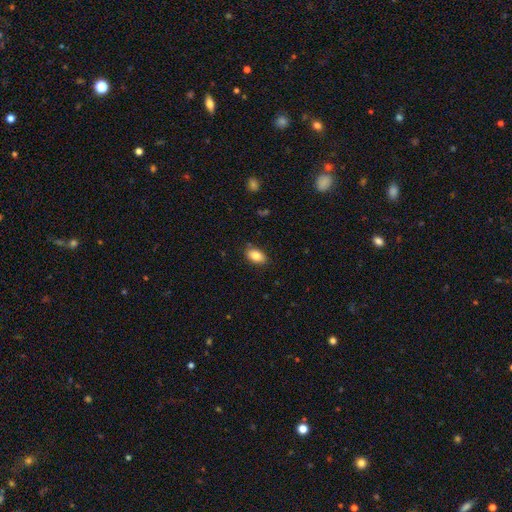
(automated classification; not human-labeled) Overall: smooth (84%). How rounded: in between (91%). Merging: none (84%).